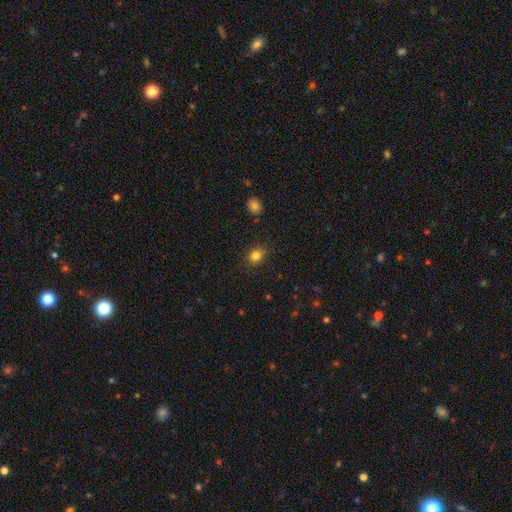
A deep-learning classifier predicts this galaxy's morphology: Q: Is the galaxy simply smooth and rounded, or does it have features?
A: smooth — 83%.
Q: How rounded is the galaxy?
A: round — 67%.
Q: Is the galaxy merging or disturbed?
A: none — 87%.